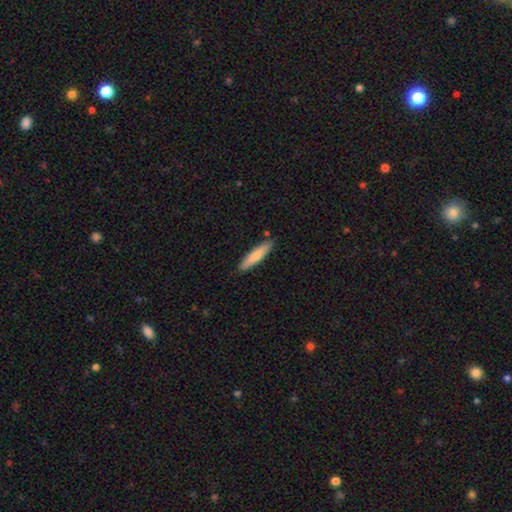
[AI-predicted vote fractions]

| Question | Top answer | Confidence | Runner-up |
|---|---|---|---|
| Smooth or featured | smooth | 77% | featured or disk (18%) |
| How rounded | cigar-shaped | 84% | in between (15%) |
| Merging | none | 86% | minor disturbance (10%) |